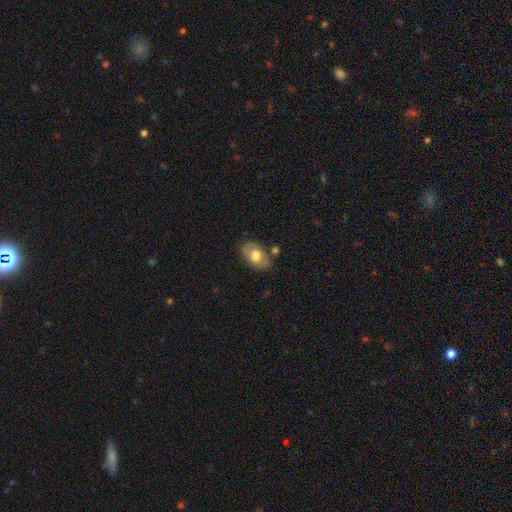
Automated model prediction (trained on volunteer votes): This is likely a smooth galaxy (63%). How rounded: clearly in between (89%). Merging: likely none (71%).